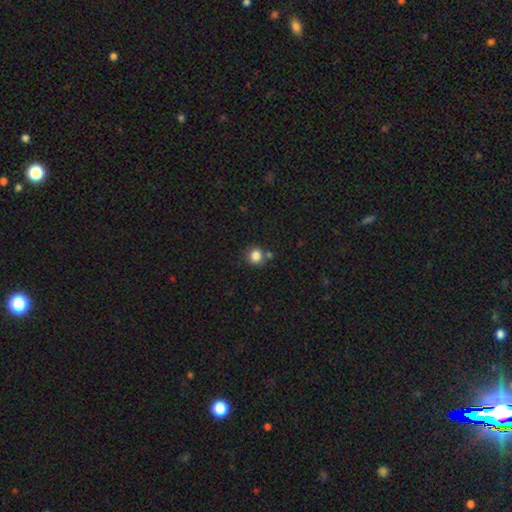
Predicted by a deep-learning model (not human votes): Smooth or featured? Predicted: smooth (p=0.84). How rounded? Predicted: round (p=0.90). Merging? Predicted: none (p=0.76).